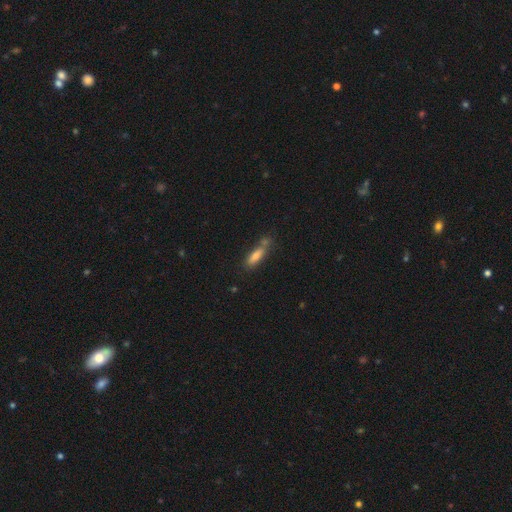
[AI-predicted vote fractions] Q: Smooth or featured?
A: smooth (76%); runner-up: featured or disk (15%)
Q: How rounded?
A: cigar-shaped (53%); runner-up: in between (45%)
Q: Merging?
A: none (58%); runner-up: merger (19%)